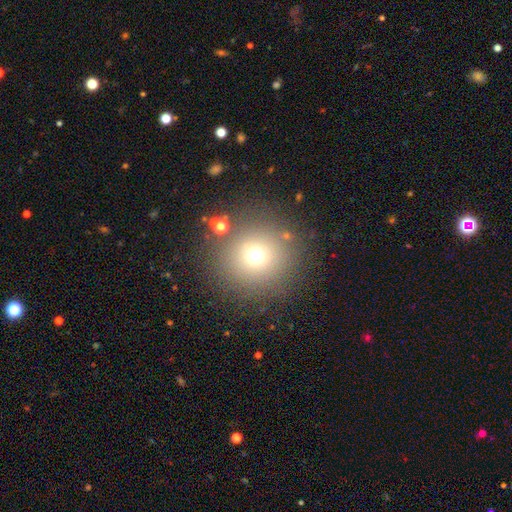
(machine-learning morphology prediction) This is likely a smooth galaxy (68%). How rounded: clearly round (94%). Merging: clearly none (85%).